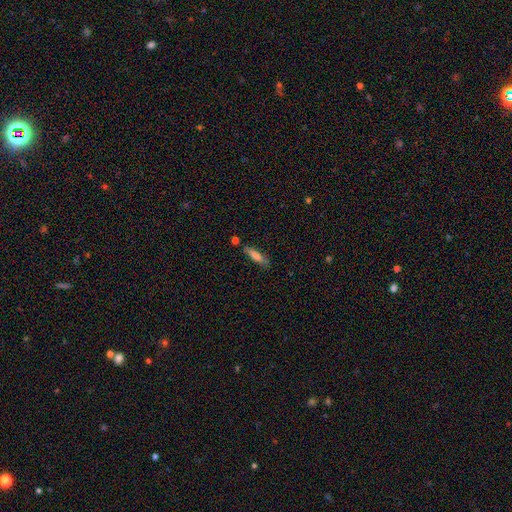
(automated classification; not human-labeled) A smooth galaxy with no disk features (70%) that is cigar-shaped (69%). Merging: none (72%).